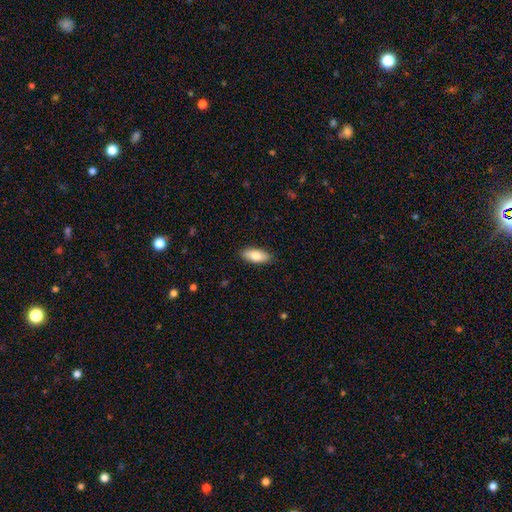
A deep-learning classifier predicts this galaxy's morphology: smooth 81%, featured or disk 13%, star or artifact 6%. Down the decision tree: how rounded — in between (82%); merging — none (88%).